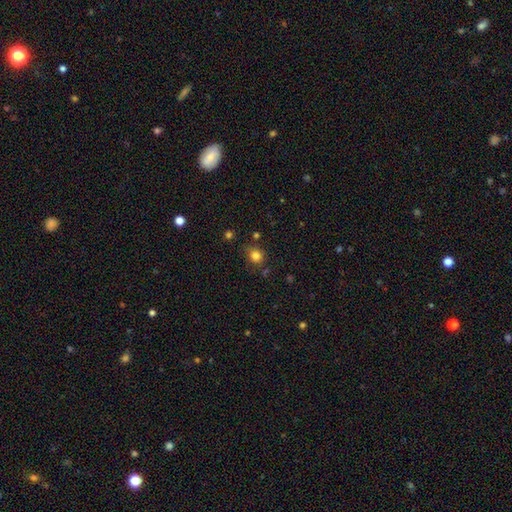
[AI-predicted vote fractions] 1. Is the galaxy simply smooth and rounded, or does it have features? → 81% smooth, 13% star or artifact, 5% featured or disk.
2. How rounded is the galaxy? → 78% round, 21% in between, 1% cigar-shaped.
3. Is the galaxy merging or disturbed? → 75% none, 15% minor disturbance, 5% merger, 5% major disturbance.